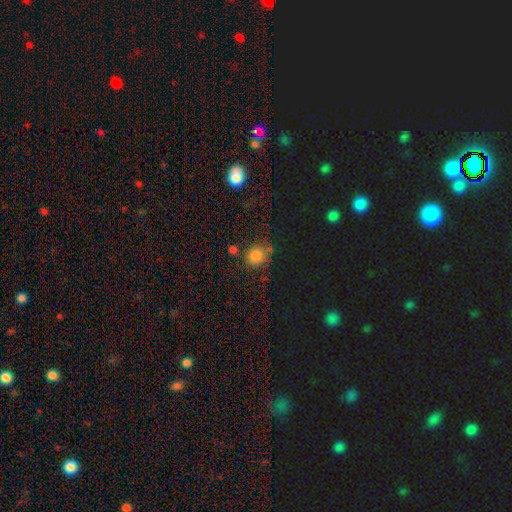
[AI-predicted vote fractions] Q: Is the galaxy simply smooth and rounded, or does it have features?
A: smooth — 79%.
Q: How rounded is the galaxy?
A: round — 81%.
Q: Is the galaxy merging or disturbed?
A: none — 70%.